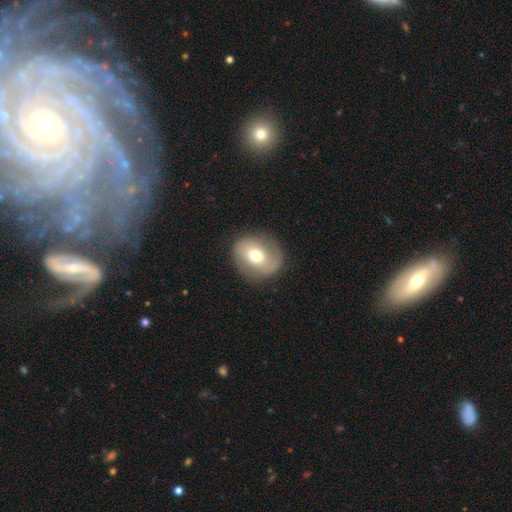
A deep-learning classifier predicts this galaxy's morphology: smooth 58%, featured or disk 34%, star or artifact 8%. Down the decision tree: how rounded — round (67%); merging — none (82%).